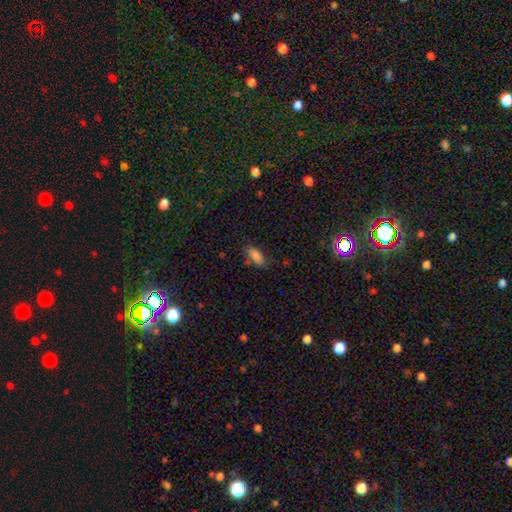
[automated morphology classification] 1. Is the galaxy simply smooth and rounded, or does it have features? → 84% smooth, 9% star or artifact, 7% featured or disk.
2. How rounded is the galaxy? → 88% in between, 9% cigar-shaped, 3% round.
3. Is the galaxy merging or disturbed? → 70% none, 21% minor disturbance, 5% major disturbance, 5% merger.